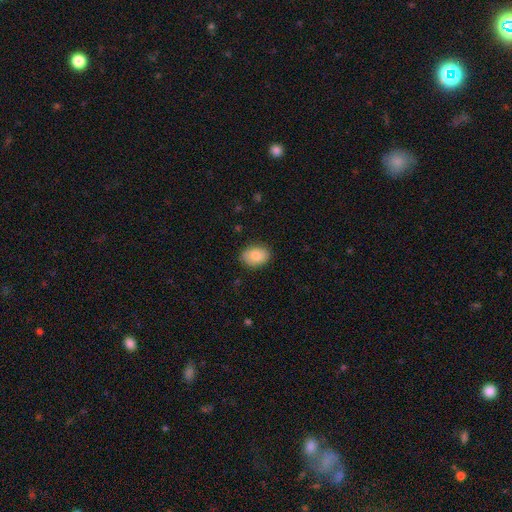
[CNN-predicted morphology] This appears to be a smooth galaxy with no disk features (85%) that is in between round and cigar-shaped (77%). Merging: none (84%).